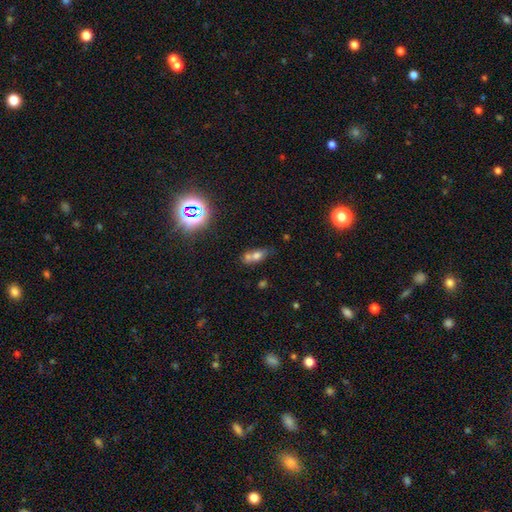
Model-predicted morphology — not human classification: This is likely a smooth galaxy (66%). How rounded: likely in between (69%). Merging: possibly merger (52%).